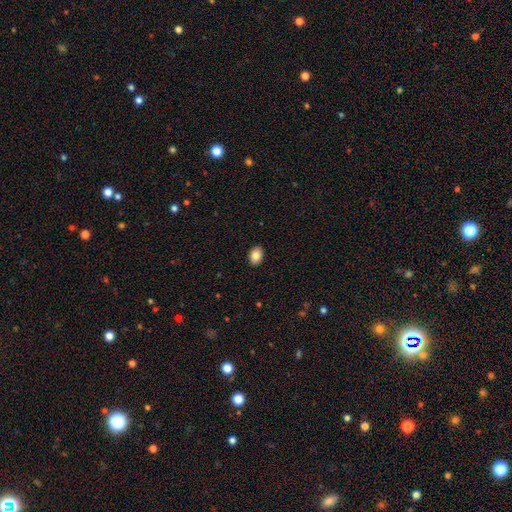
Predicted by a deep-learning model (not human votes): Smooth or featured? Predicted: smooth (p=0.85). How rounded? Predicted: in between (p=0.80). Merging? Predicted: none (p=0.90).